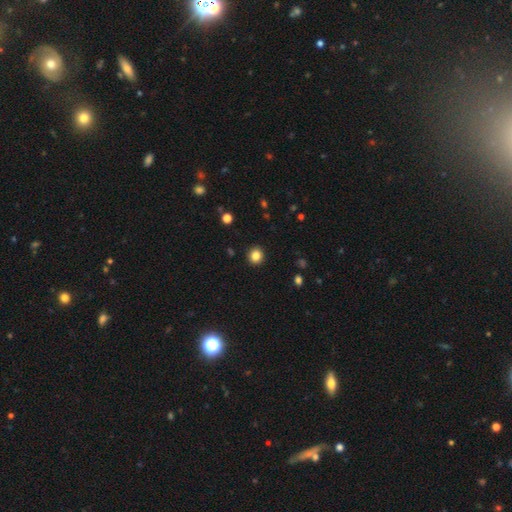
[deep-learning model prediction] Smooth or featured: smooth — 84% (star or artifact — 11%)
How rounded: round — 86% (in between — 13%)
Merging: none — 92% (minor disturbance — 5%)